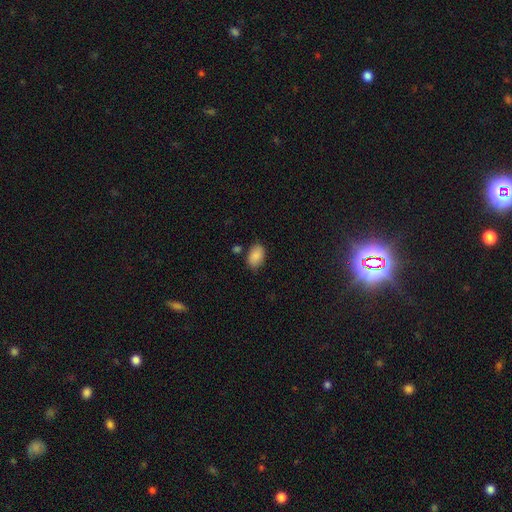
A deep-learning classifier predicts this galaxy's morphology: The model was most divided on "merging": none: 78%, minor disturbance: 14%, merger: 5%, major disturbance: 3%. More confident: how rounded — in between (89%); smooth or featured — smooth (88%).